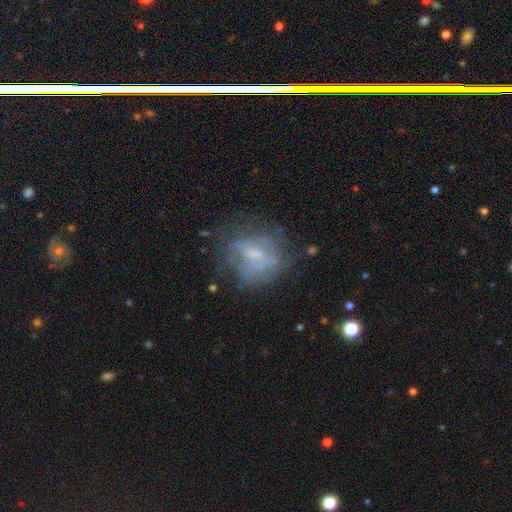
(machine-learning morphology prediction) The model was most divided on "bar": no: 49%, weak: 40%, strong: 11%. Remaining: edge-on disk — no (96%); spiral arms — no (66%); smooth or featured — featured or disk (56%); merging — none (56%); bulge size — small (42%).